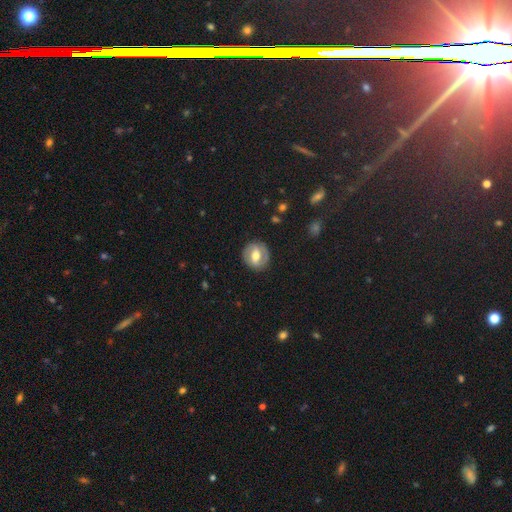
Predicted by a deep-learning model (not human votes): Smooth or featured? featured or disk (54%)
Edge-on disk? no (95%)
Bar? weak (40%)
Spiral arms? no (51%)
Bulge size? moderate (66%)
Merging? none (85%)